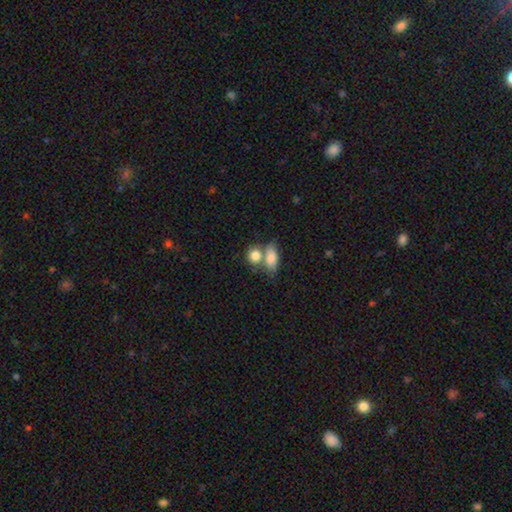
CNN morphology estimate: Smooth or featured?
  - smooth: 83% *
  - featured or disk: 9%
  - star or artifact: 8%
How rounded?
  - round: 51% *
  - in between: 46%
  - cigar-shaped: 3%
Merging?
  - merger: 49% *
  - none: 37%
  - minor disturbance: 9%
  - major disturbance: 5%